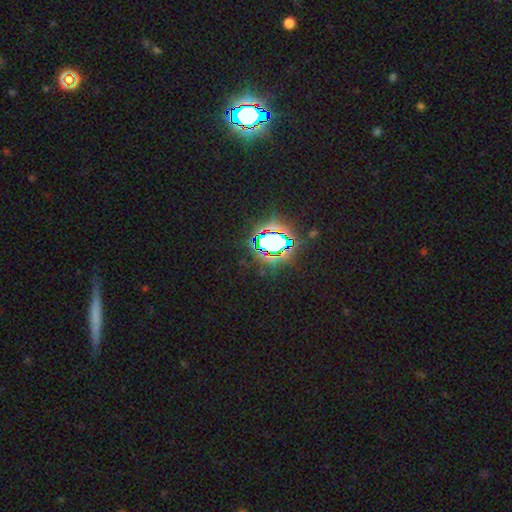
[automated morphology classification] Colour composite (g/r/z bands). It shows a star or artifact, not a galaxy (79%).